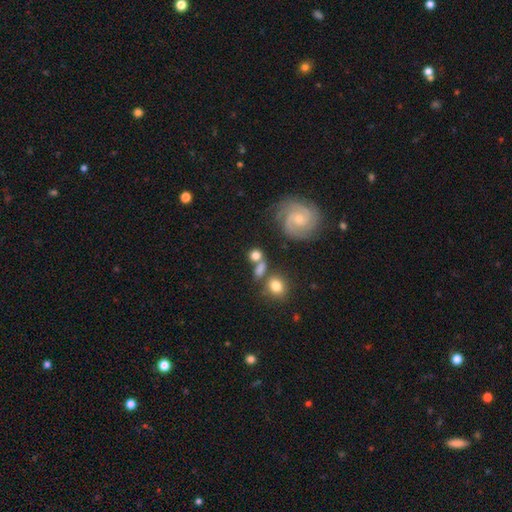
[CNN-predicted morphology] A smooth galaxy with no disk features (58%) that is round (65%).

Vote fractions:
- Smooth or featured? smooth: 58% / featured or disk: 31% / star or artifact: 11%
- How rounded? round: 65% / in between: 32% / cigar-shaped: 3%
- Merging? none: 55% / merger: 23% / minor disturbance: 14% / major disturbance: 7%